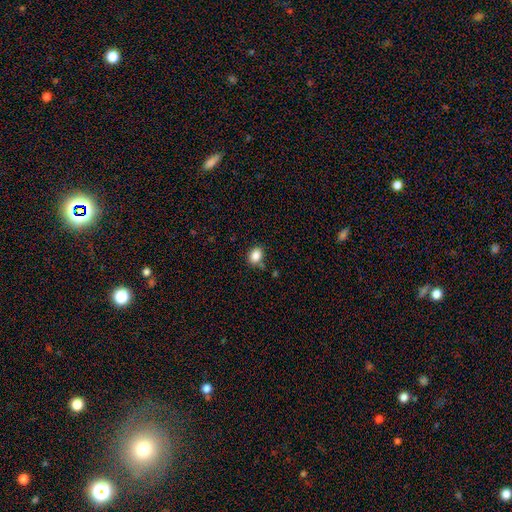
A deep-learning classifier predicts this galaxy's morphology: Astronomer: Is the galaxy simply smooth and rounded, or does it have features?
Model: smooth — 86%.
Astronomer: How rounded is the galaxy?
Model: in between — 62%.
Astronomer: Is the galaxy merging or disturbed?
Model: none — 75%.